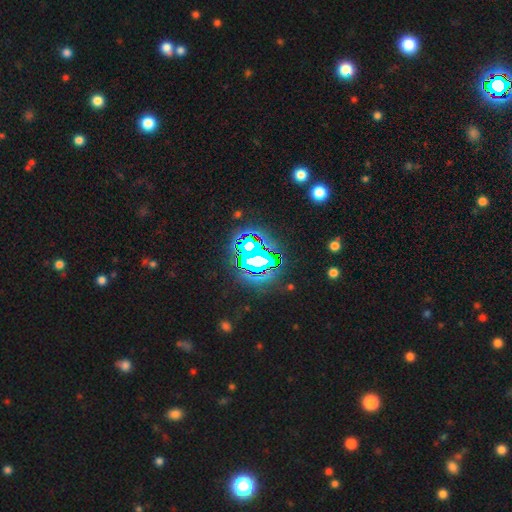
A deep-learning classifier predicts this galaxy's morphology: This appears to be a star or artifact, not a galaxy (75%).